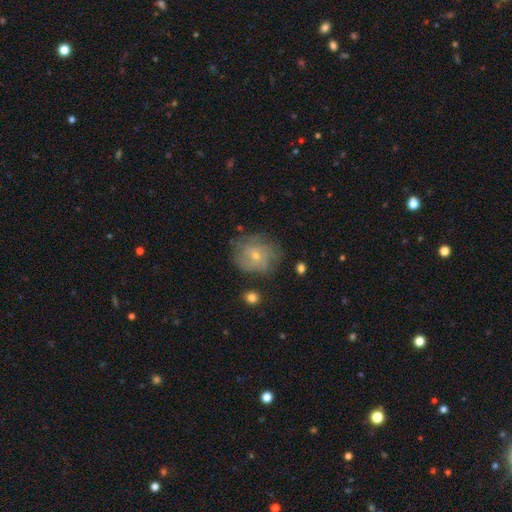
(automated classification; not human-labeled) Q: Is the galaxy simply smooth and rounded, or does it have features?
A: featured or disk — 51%.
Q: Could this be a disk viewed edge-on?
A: no — 97%.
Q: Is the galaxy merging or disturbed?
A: none — 73%.